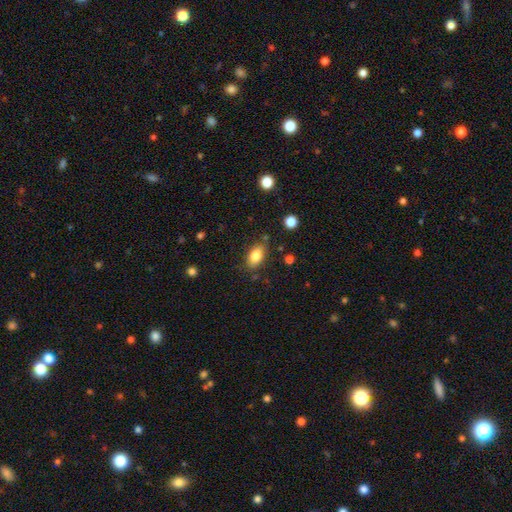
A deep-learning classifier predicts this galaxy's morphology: type=smooth (83%); roundness=in between (89%); merging=none (80%).